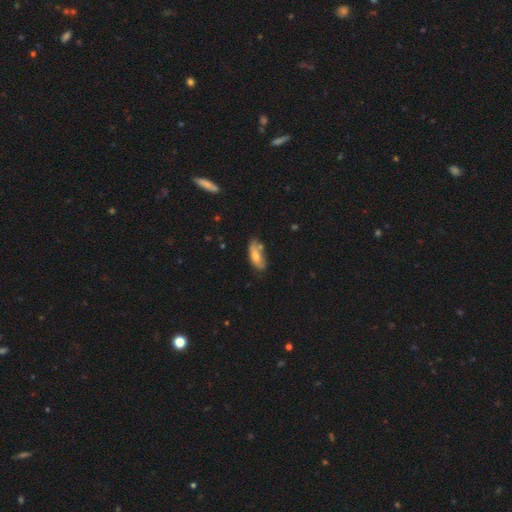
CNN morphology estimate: Smooth or featured?
  - smooth: 61% *
  - featured or disk: 32%
  - star or artifact: 7%
How rounded?
  - in between: 74% *
  - cigar-shaped: 23%
  - round: 3%
Merging?
  - none: 59% *
  - minor disturbance: 26%
  - merger: 9%
  - major disturbance: 6%